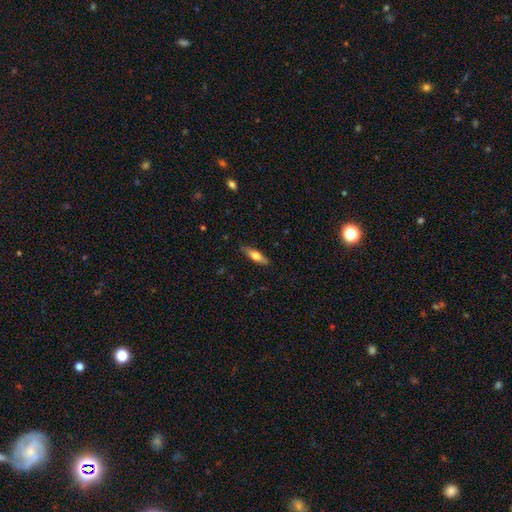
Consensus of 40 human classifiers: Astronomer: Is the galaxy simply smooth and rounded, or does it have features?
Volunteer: smooth — 62%.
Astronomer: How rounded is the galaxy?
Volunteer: in between — 56% (runner-up: cigar-shaped, 44%).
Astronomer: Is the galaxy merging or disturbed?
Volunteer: none — 89%.